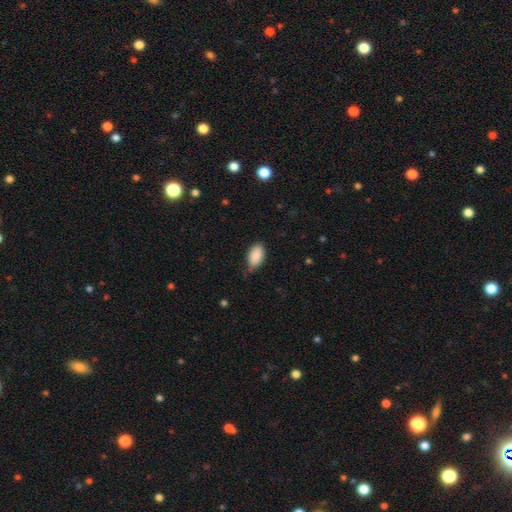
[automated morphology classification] Smooth or featured: smooth — 89% (star or artifact — 7%)
How rounded: in between — 94% (round — 4%)
Merging: none — 69% (minor disturbance — 25%)